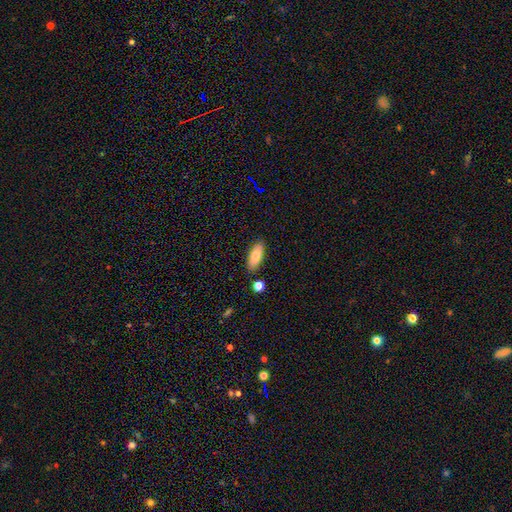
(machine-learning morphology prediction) Smooth or featured? smooth (80%)
How rounded? in between (77%)
Merging? none (85%)